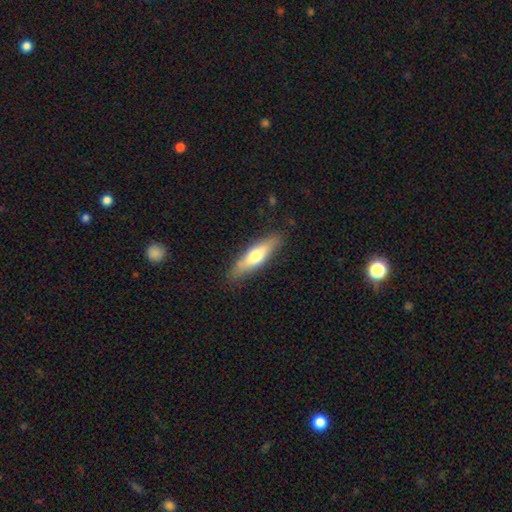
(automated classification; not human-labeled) Smooth or featured? Predicted: smooth (p=0.58). How rounded? Predicted: cigar-shaped (p=0.67). Merging? Predicted: none (p=0.83).